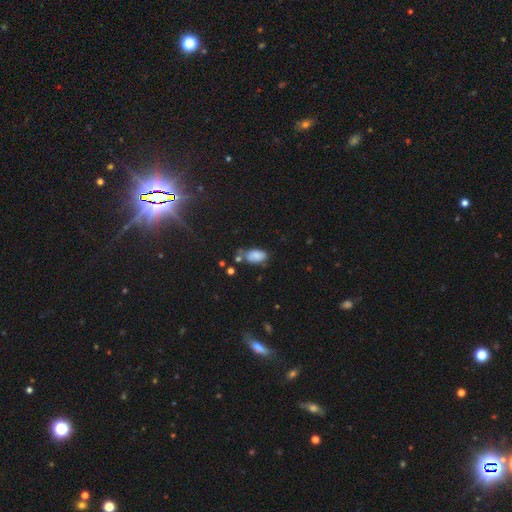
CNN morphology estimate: smooth_or_featured: smooth (p=0.81) [alt: star or artifact p=0.10]
how_rounded: in between (p=0.92) [alt: round p=0.05]
merging: none (p=0.53) [alt: minor disturbance p=0.27]